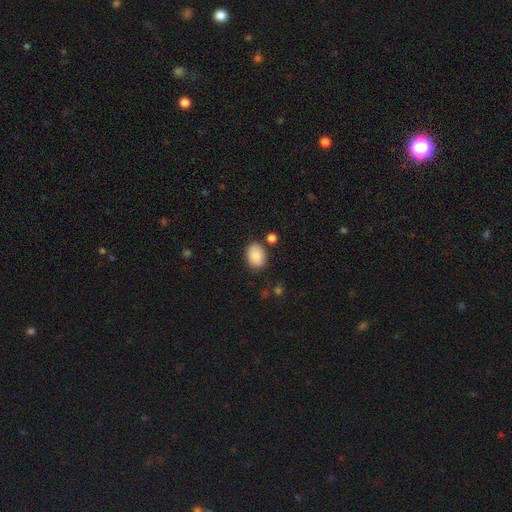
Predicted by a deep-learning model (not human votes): The model was most divided on "how rounded": in between: 77%, round: 22%, cigar-shaped: 1%. More confident: smooth or featured — smooth (87%); merging — none (80%).